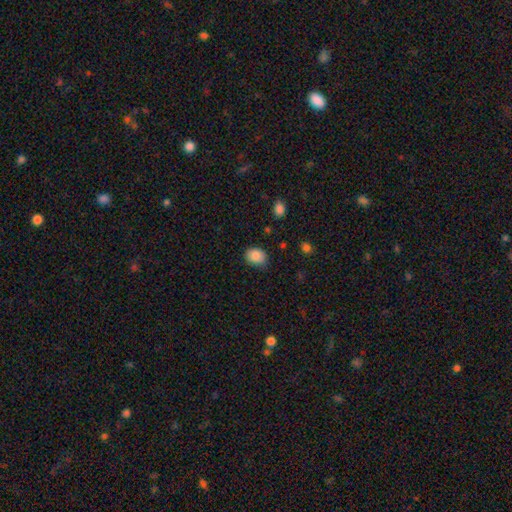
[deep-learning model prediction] This is clearly a smooth galaxy (86%). How rounded: possibly in between (56%). Merging: clearly none (81%).